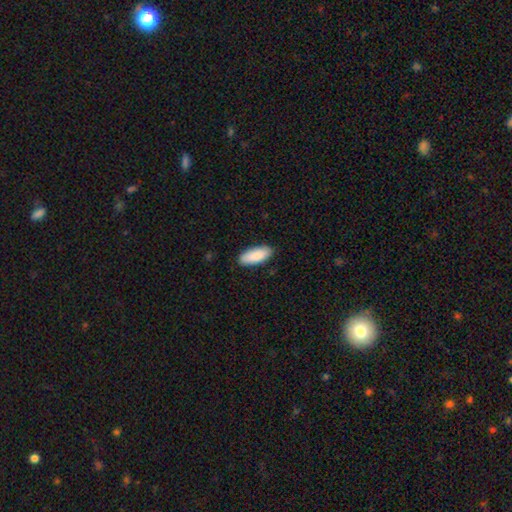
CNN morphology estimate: This appears to be a smooth galaxy with no disk features (89%) that is in between round and cigar-shaped (85%). Merging: none (88%).